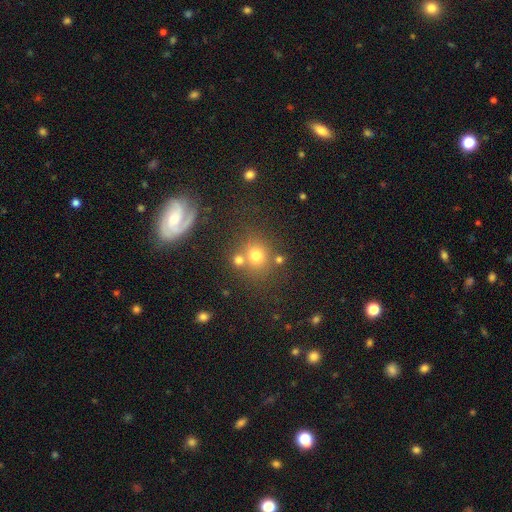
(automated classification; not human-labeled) Smooth or featured? smooth (71%)
How rounded? round (81%)
Merging? none (65%)